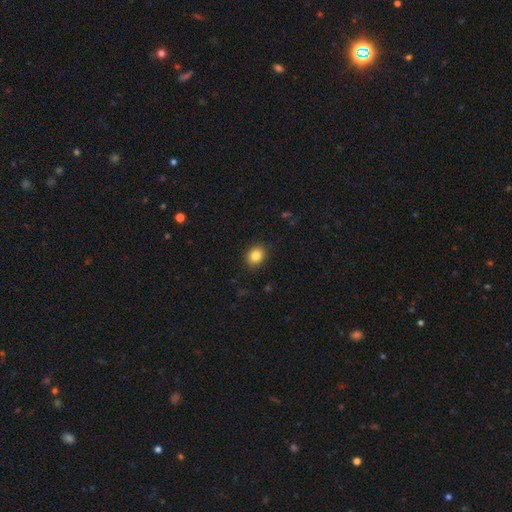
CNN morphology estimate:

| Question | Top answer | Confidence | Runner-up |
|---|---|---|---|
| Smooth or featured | smooth | 84% | star or artifact (10%) |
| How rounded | round | 55% | in between (44%) |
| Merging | none | 89% | minor disturbance (8%) |